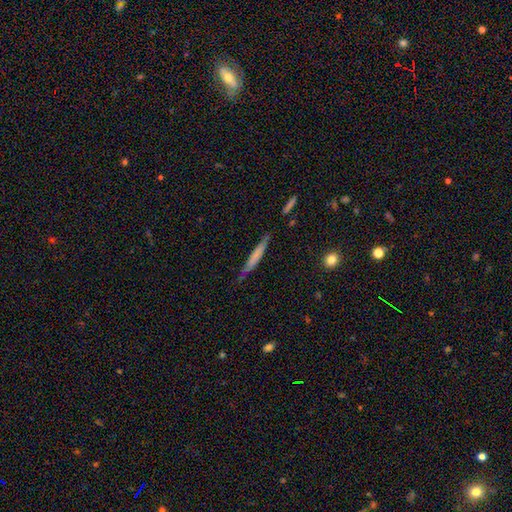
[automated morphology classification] Q: Smooth or featured?
A: smooth (55%); runner-up: featured or disk (38%)
Q: How rounded?
A: cigar-shaped (94%); runner-up: in between (4%)
Q: Merging?
A: none (78%); runner-up: minor disturbance (17%)